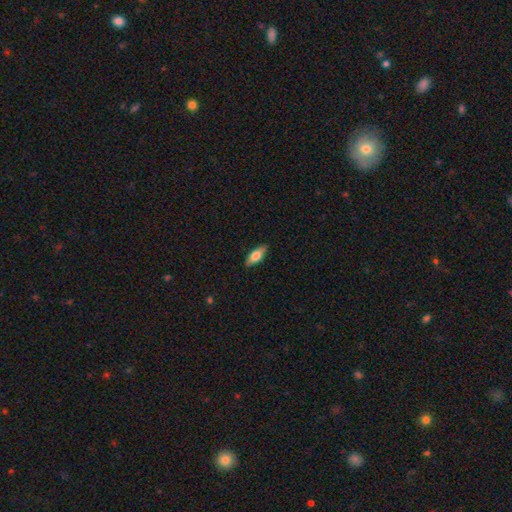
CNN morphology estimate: Q: Smooth or featured?
A: smooth (72%); runner-up: featured or disk (22%)
Q: How rounded?
A: in between (71%); runner-up: cigar-shaped (26%)
Q: Merging?
A: none (88%); runner-up: minor disturbance (10%)